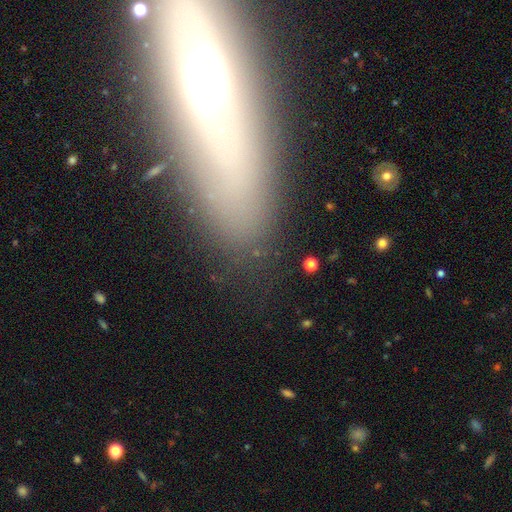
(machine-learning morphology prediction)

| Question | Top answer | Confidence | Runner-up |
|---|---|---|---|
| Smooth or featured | smooth | 42% | star or artifact (37%) |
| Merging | none | 72% | minor disturbance (14%) |